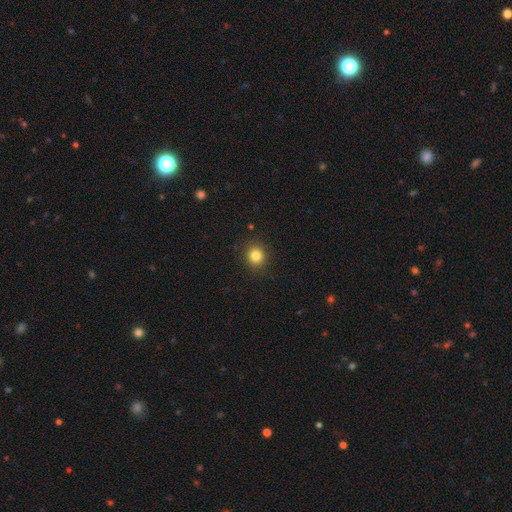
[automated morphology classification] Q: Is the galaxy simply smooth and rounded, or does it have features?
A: smooth — 83%.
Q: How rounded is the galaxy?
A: round — 86%.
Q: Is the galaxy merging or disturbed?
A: none — 90%.